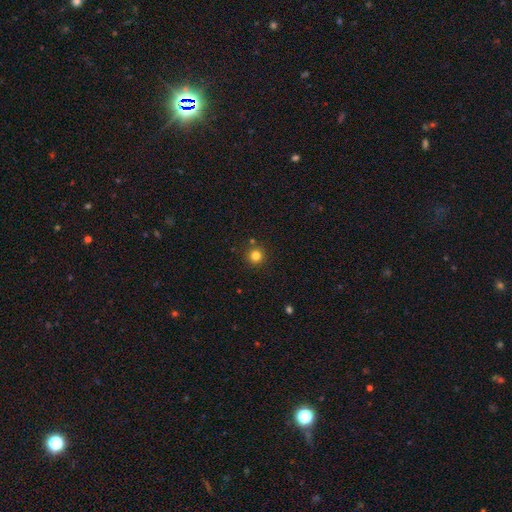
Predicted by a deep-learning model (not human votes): Q: Smooth or featured?
A: smooth (80%); runner-up: star or artifact (15%)
Q: How rounded?
A: round (95%); runner-up: in between (4%)
Q: Merging?
A: none (88%); runner-up: minor disturbance (6%)